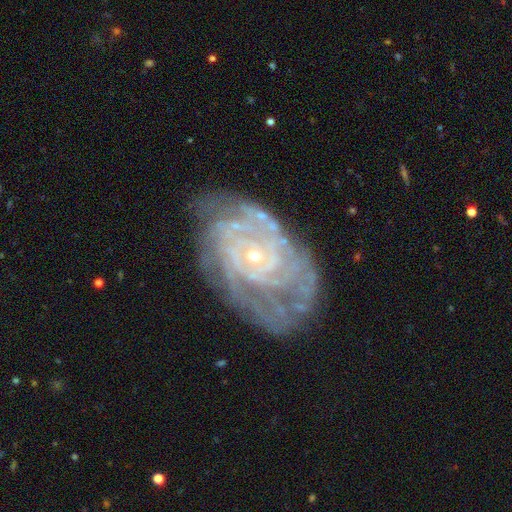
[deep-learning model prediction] Smooth or featured: featured or disk — 87% (smooth — 6%)
Edge-on disk: no — 96% (yes — 4%)
Bar: no — 74% (weak — 20%)
Spiral arms: yes — 96% (no — 4%)
Spiral winding: tight — 76% (medium — 20%)
Spiral arm count: can't tell — 31% (4 — 19%)
Bulge size: small — 84% (moderate — 12%)
Merging: none — 69% (minor disturbance — 20%)